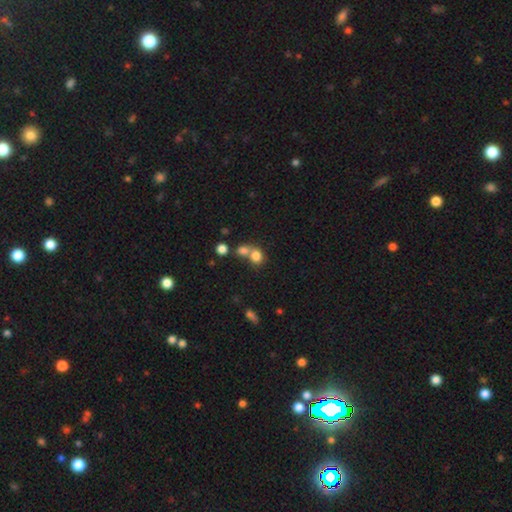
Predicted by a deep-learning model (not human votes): The model was most divided on "merging": merger: 51%, none: 38%, minor disturbance: 7%, major disturbance: 4%. More confident: smooth or featured — smooth (78%); how rounded — round (73%).